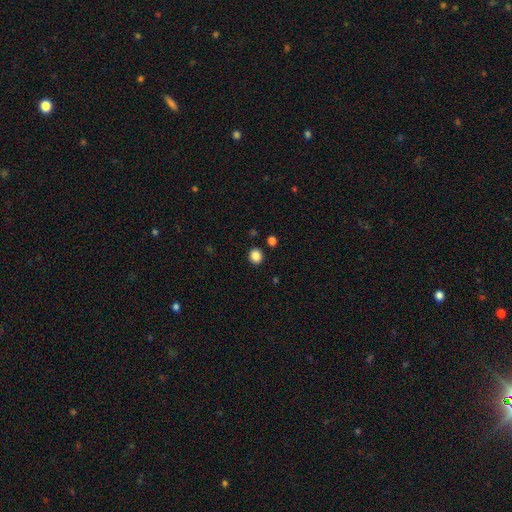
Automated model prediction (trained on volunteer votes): Smooth or featured?
  - smooth: 87% *
  - star or artifact: 10%
  - featured or disk: 3%
How rounded?
  - round: 78% *
  - in between: 21%
  - cigar-shaped: 1%
Merging?
  - none: 90% *
  - minor disturbance: 6%
  - merger: 2%
  - major disturbance: 2%